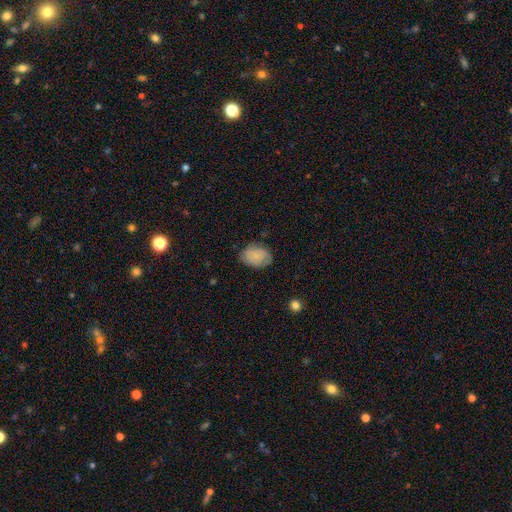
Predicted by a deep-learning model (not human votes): A smooth galaxy with no disk features (71%) that is in between round and cigar-shaped (75%). Merging: none (74%).